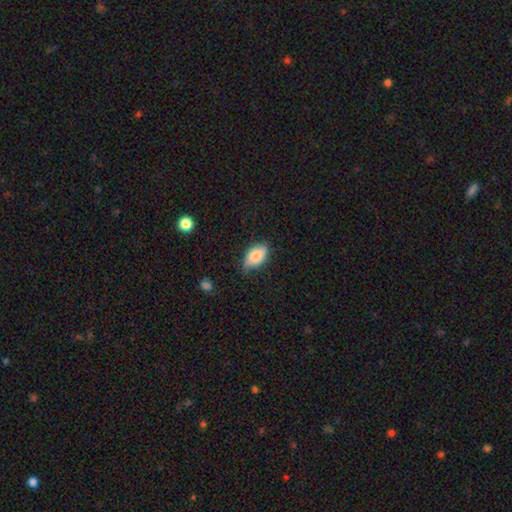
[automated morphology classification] Smooth or featured? Predicted: smooth (p=0.75). How rounded? Predicted: in between (p=0.90). Merging? Predicted: none (p=0.54).